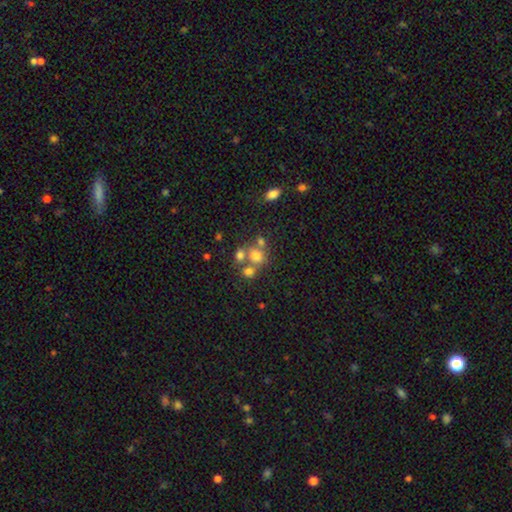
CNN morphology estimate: A smooth galaxy with no disk features (67%) that is round (71%).

Vote fractions:
- Smooth or featured? smooth: 67% / star or artifact: 17% / featured or disk: 16%
- How rounded? round: 71% / in between: 27% / cigar-shaped: 1%
- Merging? none: 44% / merger: 41% / minor disturbance: 10% / major disturbance: 6%